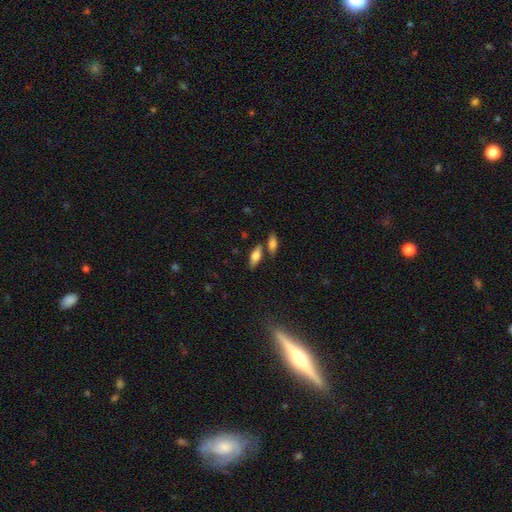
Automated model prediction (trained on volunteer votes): smooth 64%, featured or disk 28%, star or artifact 8%. Down the decision tree: how rounded — in between (73%); merging — none (69%).